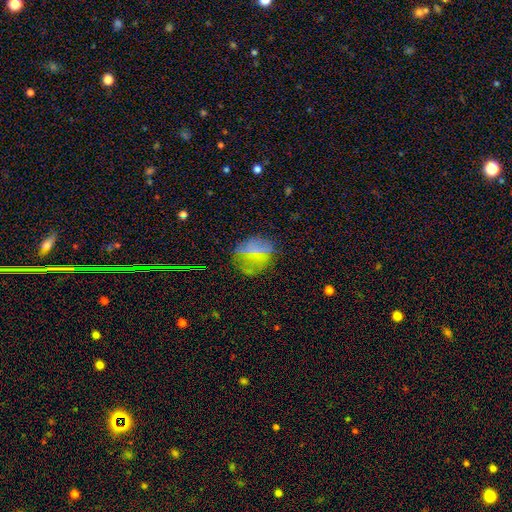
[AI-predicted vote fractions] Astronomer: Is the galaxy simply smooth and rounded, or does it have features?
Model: smooth — 46% (runner-up: star or artifact, 33%).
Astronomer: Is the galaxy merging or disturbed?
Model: none — 68%.